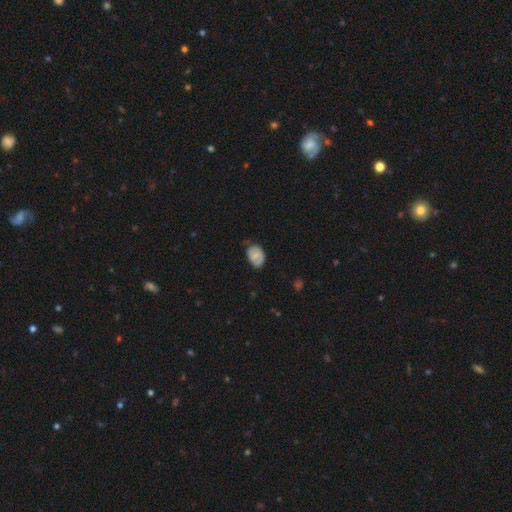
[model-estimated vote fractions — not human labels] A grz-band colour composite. It shows a smooth galaxy with no disk features (61%) that is in between round and cigar-shaped (79%). Merging: none (60%).